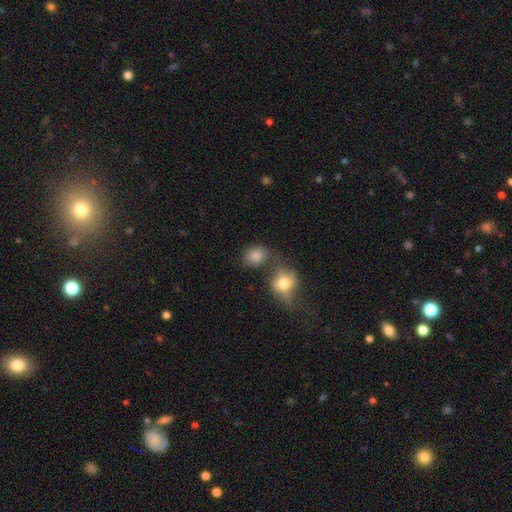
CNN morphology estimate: smooth 80%, star or artifact 10%, featured or disk 10%. Down the decision tree: how rounded — in between (50%); merging — none (52%).